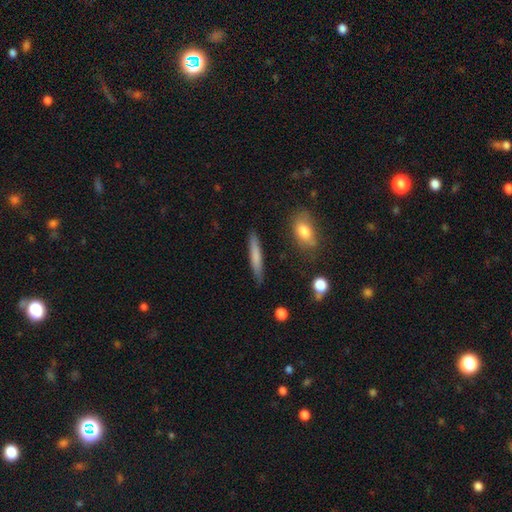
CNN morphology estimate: Smooth or featured? smooth (70%)
How rounded? cigar-shaped (91%)
Merging? none (88%)